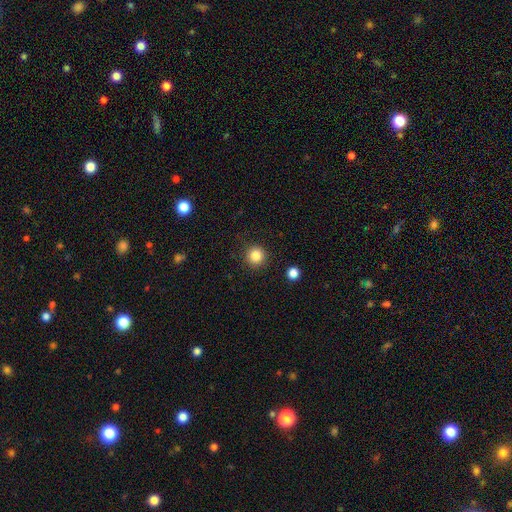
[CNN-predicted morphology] type=smooth (85%); roundness=round (95%); merging=none (90%).